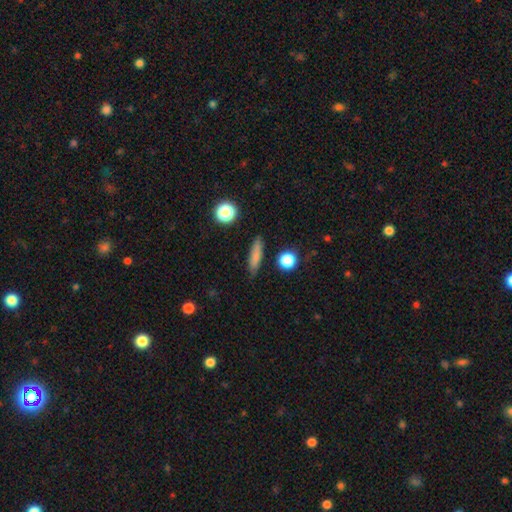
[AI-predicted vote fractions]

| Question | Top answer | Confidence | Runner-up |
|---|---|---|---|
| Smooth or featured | smooth | 77% | featured or disk (13%) |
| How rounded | cigar-shaped | 73% | in between (19%) |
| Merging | none | 86% | minor disturbance (10%) |